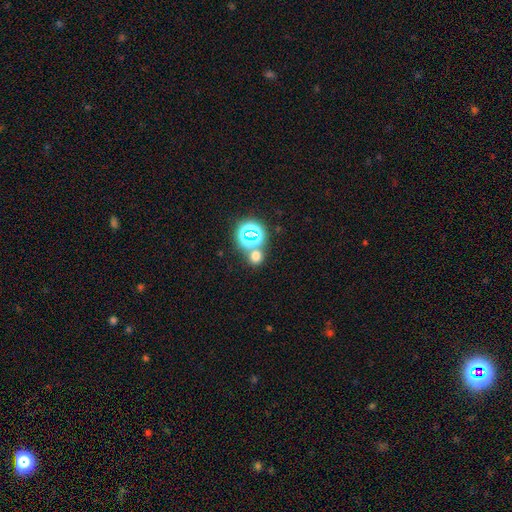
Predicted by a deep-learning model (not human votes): Overall: smooth (59%; star or artifact 35%). How rounded: round (80%). Merging: none (68%).